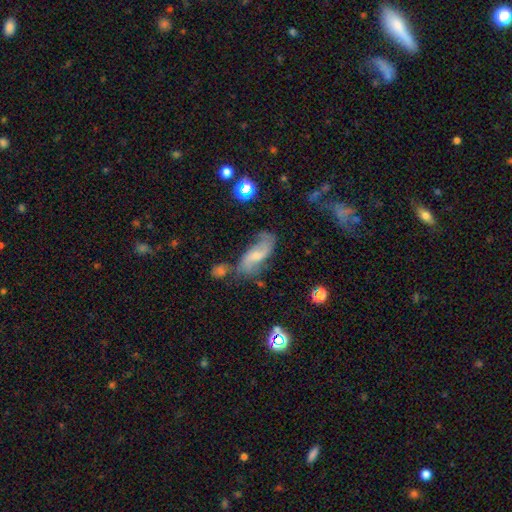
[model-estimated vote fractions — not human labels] A featured or disk galaxy (65%) with a weak bar (45%), 2 (85%) loose (60%) spiral arms (89%) and a small central bulge (48%).

Vote fractions:
- Smooth or featured? featured or disk: 65% / smooth: 25% / star or artifact: 10%
- Edge-on disk? no: 90% / yes: 10%
- Bar? weak: 45% / no: 41% / strong: 15%
- Spiral arms? yes: 89% / no: 11%
- Spiral winding? loose: 60% / medium: 30% / tight: 10%
- Spiral arm count? 2: 85% / can't tell: 8% / 1: 3% / 3: 1% / 4: 1% / more than 4: 1%
- Bulge size? small: 48% / moderate: 37% / none: 10% / large: 4% / dominant: 1%
- Merging? none: 53% / minor disturbance: 22% / merger: 13% / major disturbance: 12%